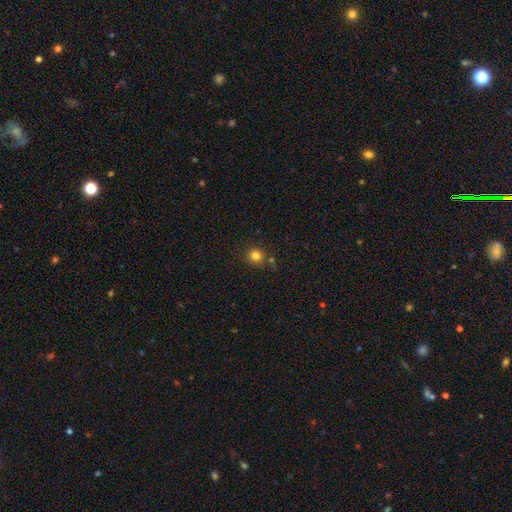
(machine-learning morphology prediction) This is clearly a smooth galaxy (81%). How rounded: clearly round (90%). Merging: likely none (78%).